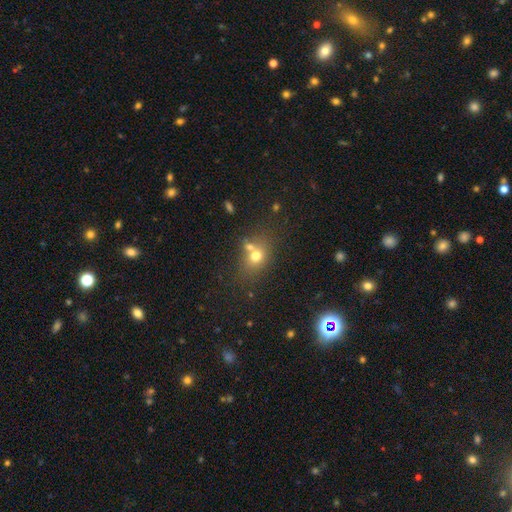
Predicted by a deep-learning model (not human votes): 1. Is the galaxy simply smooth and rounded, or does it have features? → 69% smooth, 16% featured or disk, 15% star or artifact.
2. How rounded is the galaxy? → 53% round, 46% in between, 1% cigar-shaped.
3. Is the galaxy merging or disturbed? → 50% none, 31% merger, 13% minor disturbance, 6% major disturbance.